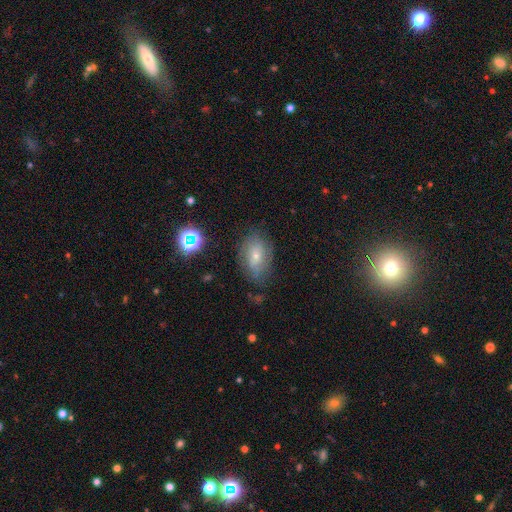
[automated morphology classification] Smooth or featured: smooth — 53% (featured or disk — 35%)
How rounded: in between — 85% (round — 12%)
Merging: none — 68% (minor disturbance — 22%)